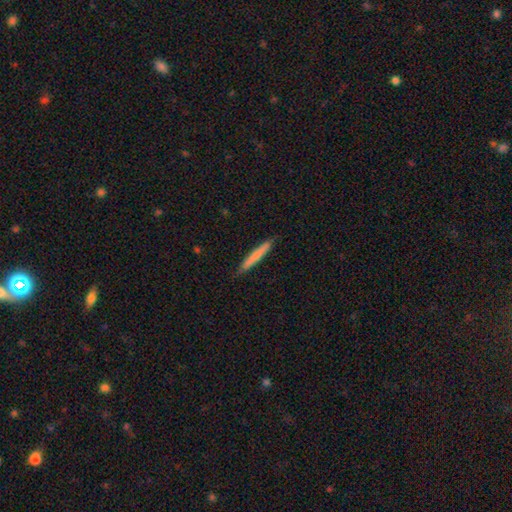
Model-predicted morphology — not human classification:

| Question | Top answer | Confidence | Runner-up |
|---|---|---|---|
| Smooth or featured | smooth | 69% | featured or disk (25%) |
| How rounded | cigar-shaped | 96% | in between (3%) |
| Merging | none | 88% | minor disturbance (10%) |